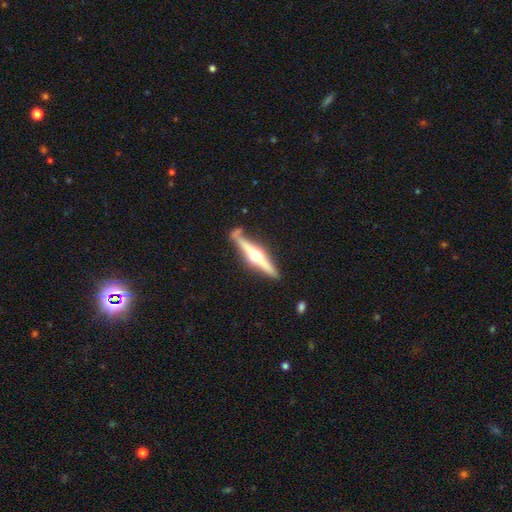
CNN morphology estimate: A featured or disk galaxy (81%) viewed edge-on (98%) with a rounded central bulge (96%).

Vote fractions:
- Smooth or featured? featured or disk: 81% / smooth: 15% / star or artifact: 4%
- Edge-on disk? yes: 98% / no: 2%
- Edge-on bulge? rounded: 96% / boxy: 2% / none: 2%
- Merging? none: 79% / minor disturbance: 13% / merger: 5% / major disturbance: 3%